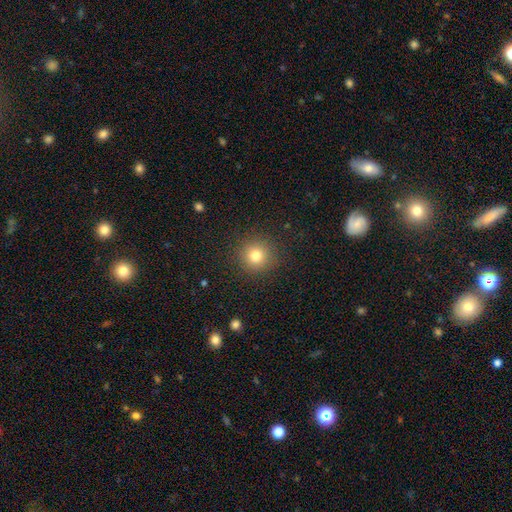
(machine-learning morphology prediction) A smooth galaxy with no disk features (80%) that is round (94%). Merging: none (90%).